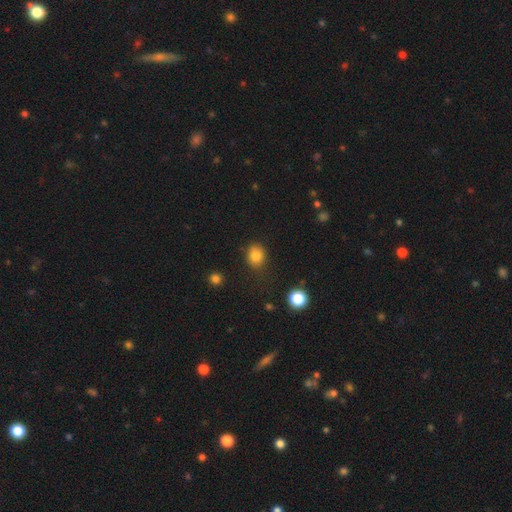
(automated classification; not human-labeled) Morphology: type=smooth (83%); roundness=round (62%); merging=none (78%).